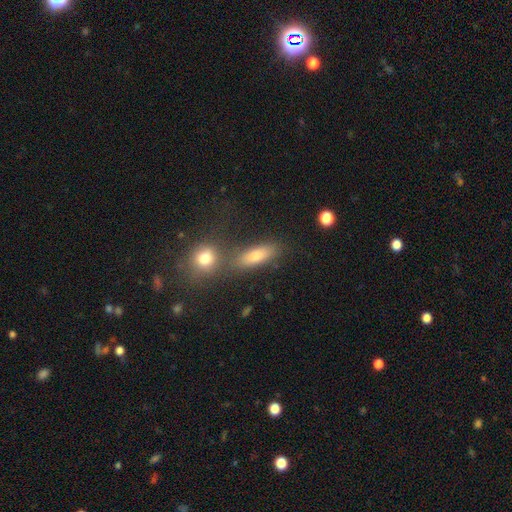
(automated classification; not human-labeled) A smooth galaxy with no disk features (72%) that is in between round and cigar-shaped (57%). Merging: none (61%).